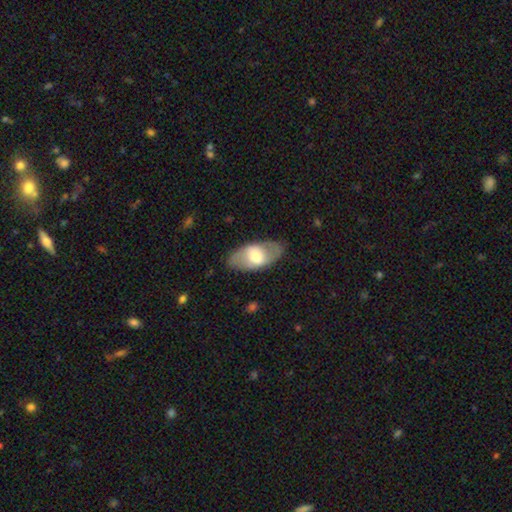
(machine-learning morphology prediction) Smooth or featured: smooth — 50% (featured or disk — 44%)
Merging: none — 81% (minor disturbance — 13%)